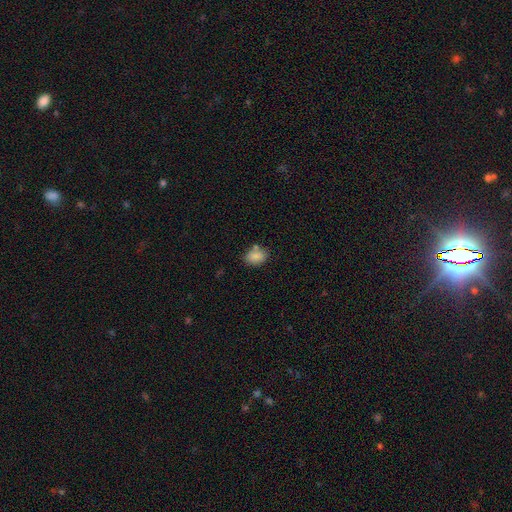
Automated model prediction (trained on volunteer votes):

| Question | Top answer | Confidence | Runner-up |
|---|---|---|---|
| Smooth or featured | smooth | 85% | star or artifact (8%) |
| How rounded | in between | 75% | round (24%) |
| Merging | none | 71% | minor disturbance (15%) |